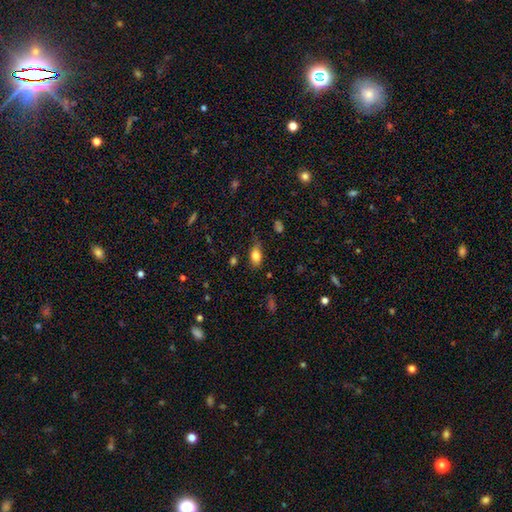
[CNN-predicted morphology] Smooth or featured?
  - smooth: 82% *
  - star or artifact: 9%
  - featured or disk: 9%
How rounded?
  - in between: 83% *
  - round: 12%
  - cigar-shaped: 5%
Merging?
  - none: 59% *
  - minor disturbance: 30%
  - major disturbance: 9%
  - merger: 2%